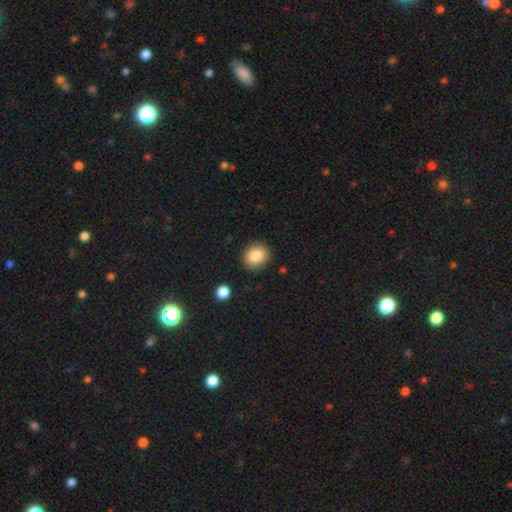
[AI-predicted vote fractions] A smooth galaxy with no disk features (85%) that is round (65%). Merging: none (88%).